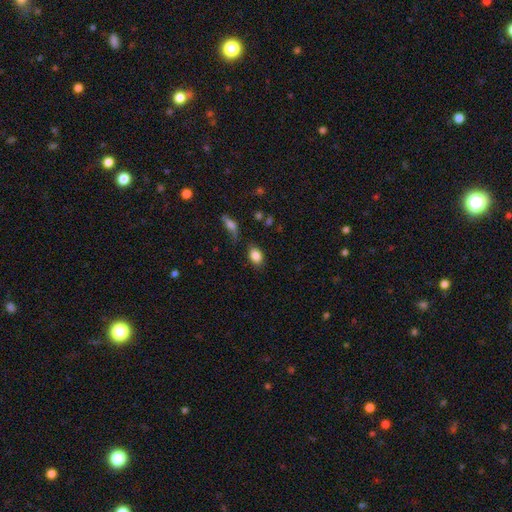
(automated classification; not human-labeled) Smooth or featured?
  - smooth: 85% *
  - star or artifact: 8%
  - featured or disk: 6%
How rounded?
  - in between: 78% *
  - round: 21%
  - cigar-shaped: 2%
Merging?
  - none: 77% *
  - minor disturbance: 15%
  - major disturbance: 5%
  - merger: 3%